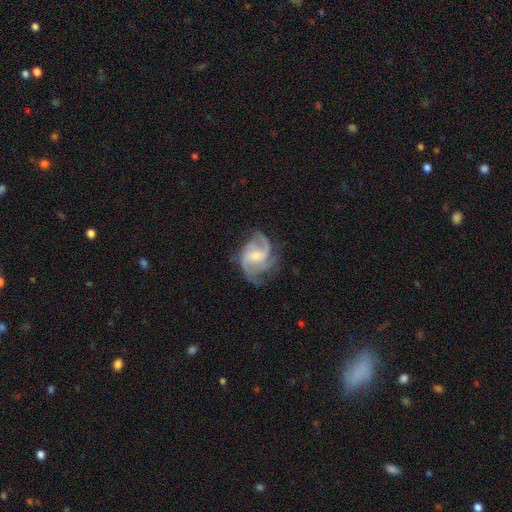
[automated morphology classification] smooth-or-featured: featured or disk: 88% | smooth: 7% | star or artifact: 5%
  disk-edge-on: no: 98% | yes: 2%
    bar: no: 50% | weak: 40% | strong: 10%
    has-spiral-arms: yes: 97% | no: 3%
      spiral-winding: medium: 53% | loose: 27% | tight: 21%
      spiral-arm-count: 3: 47% | 2: 28% | can't tell: 9% | 4: 8% | 1: 4% | more than 4: 4%
    bulge-size: small: 54% | moderate: 41% | none: 3% | large: 2% | dominant: 1%
  merging: none: 64% | minor disturbance: 21% | major disturbance: 13% | merger: 1%